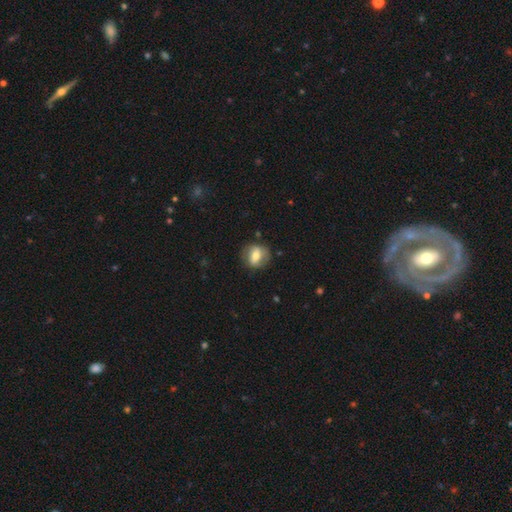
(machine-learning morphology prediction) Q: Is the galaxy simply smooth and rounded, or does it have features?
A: smooth — 51%.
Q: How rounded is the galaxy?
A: round — 61%.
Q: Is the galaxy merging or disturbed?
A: none — 74%.